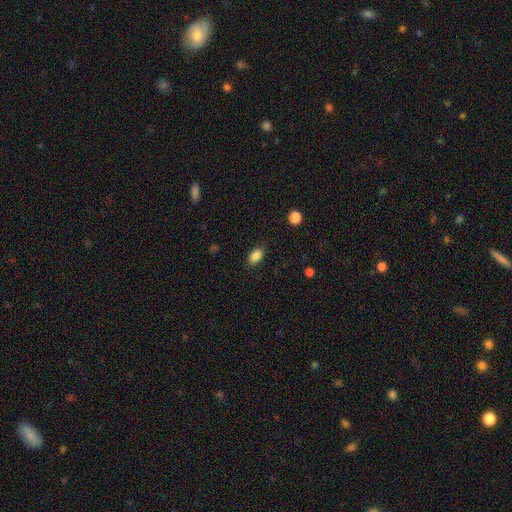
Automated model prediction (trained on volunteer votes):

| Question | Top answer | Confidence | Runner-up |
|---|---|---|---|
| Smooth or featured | smooth | 88% | star or artifact (9%) |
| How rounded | in between | 88% | round (11%) |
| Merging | none | 86% | minor disturbance (10%) |